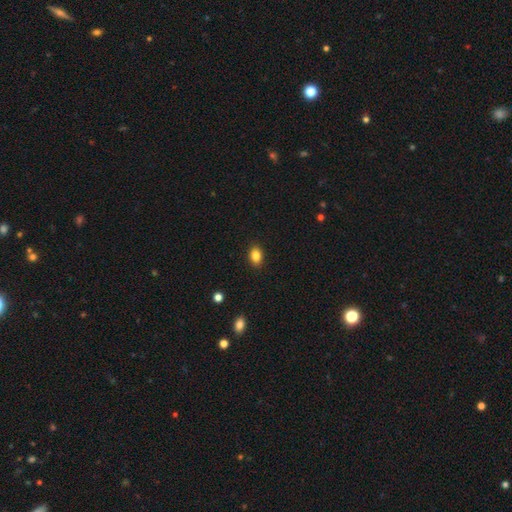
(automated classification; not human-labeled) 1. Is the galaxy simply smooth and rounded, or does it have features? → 85% smooth, 9% star or artifact, 5% featured or disk.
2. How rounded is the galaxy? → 78% in between, 20% round, 1% cigar-shaped.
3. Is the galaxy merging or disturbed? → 89% none, 8% minor disturbance, 2% major disturbance, 1% merger.